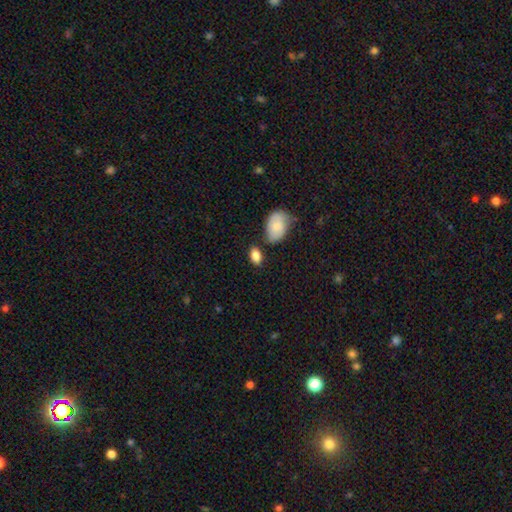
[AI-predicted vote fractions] Morphology: type=smooth (85%); roundness=in between (88%); merging=none (65%).